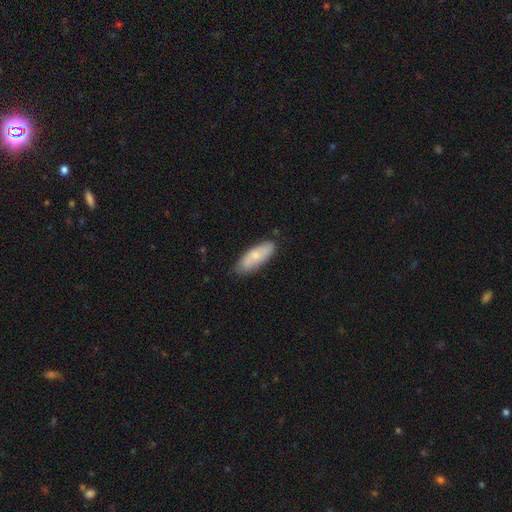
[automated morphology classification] smooth 68%, featured or disk 26%, star or artifact 6%. Down the decision tree: how rounded — in between (71%); merging — none (78%).